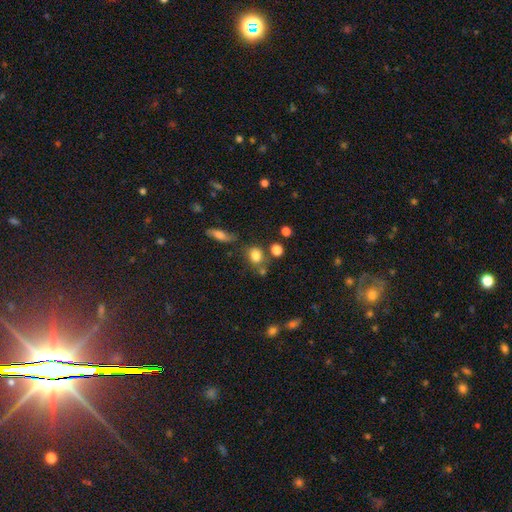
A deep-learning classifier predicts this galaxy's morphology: Smooth or featured: smooth — 80% (star or artifact — 12%)
How rounded: round — 59% (in between — 39%)
Merging: none — 62% (minor disturbance — 16%)